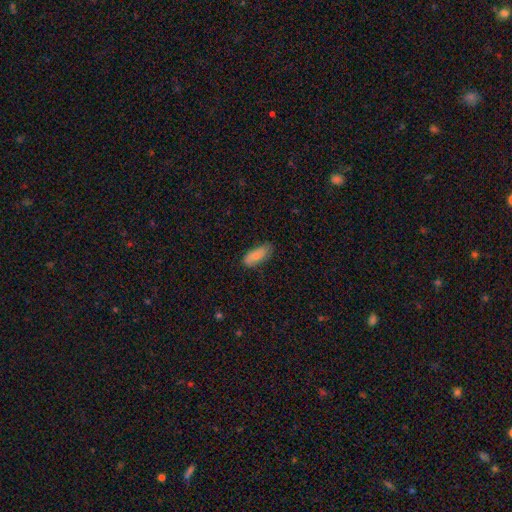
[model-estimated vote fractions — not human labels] Q: Smooth or featured?
A: smooth (75%); runner-up: featured or disk (18%)
Q: How rounded?
A: in between (85%); runner-up: cigar-shaped (13%)
Q: Merging?
A: none (70%); runner-up: minor disturbance (23%)